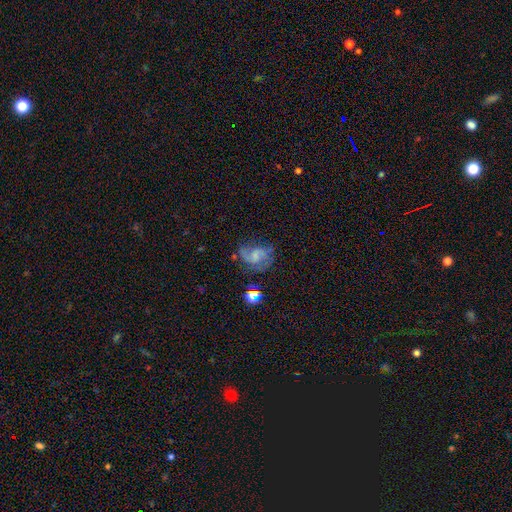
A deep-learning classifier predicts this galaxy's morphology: This appears to be a featured or disk galaxy (59%) with no bar (47%), spiral arms (82%) and no central bulge (43%). Merging: none (45%).